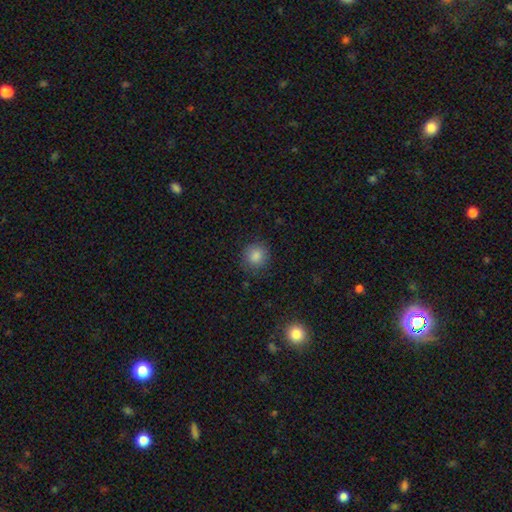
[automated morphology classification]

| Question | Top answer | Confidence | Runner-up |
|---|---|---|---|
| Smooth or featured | smooth | 84% | star or artifact (11%) |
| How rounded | round | 91% | in between (8%) |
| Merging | none | 87% | minor disturbance (9%) |